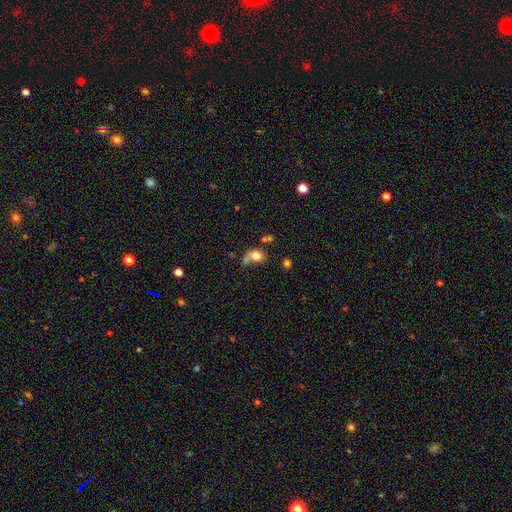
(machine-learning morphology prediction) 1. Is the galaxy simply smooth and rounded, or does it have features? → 75% smooth, 15% featured or disk, 10% star or artifact.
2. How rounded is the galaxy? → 54% round, 44% in between, 2% cigar-shaped.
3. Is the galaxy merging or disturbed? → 33% none, 23% major disturbance, 22% minor disturbance, 21% merger.